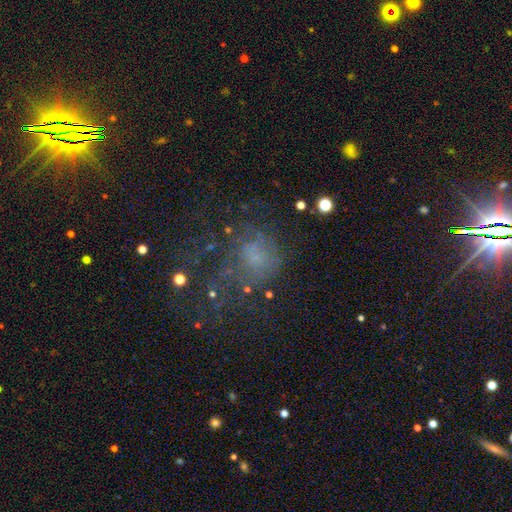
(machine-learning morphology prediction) Q: Smooth or featured?
A: smooth (41%); runner-up: featured or disk (34%)
Q: Merging?
A: none (42%); runner-up: major disturbance (35%)